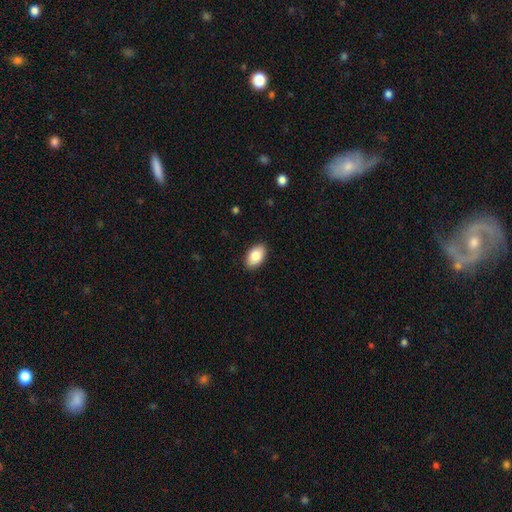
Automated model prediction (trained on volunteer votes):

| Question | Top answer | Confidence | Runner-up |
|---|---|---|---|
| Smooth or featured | smooth | 84% | featured or disk (9%) |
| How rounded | in between | 93% | round (6%) |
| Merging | none | 90% | minor disturbance (8%) |